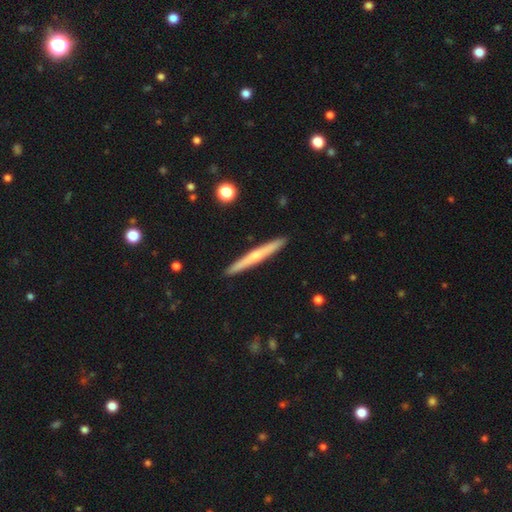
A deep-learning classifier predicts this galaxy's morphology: Smooth or featured?
  - featured or disk: 53% *
  - smooth: 42%
  - star or artifact: 5%
Edge-on disk?
  - yes: 97% *
  - no: 3%
Edge-on bulge?
  - rounded: 61% *
  - none: 36%
  - boxy: 3%
Merging?
  - none: 92% *
  - minor disturbance: 5%
  - major disturbance: 1%
  - merger: 1%